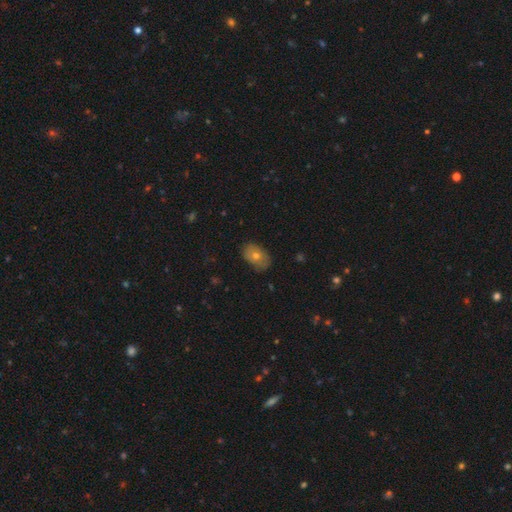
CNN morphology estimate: This appears to be a smooth galaxy with no disk features (65%) that is in between round and cigar-shaped (83%). Merging: none (80%).